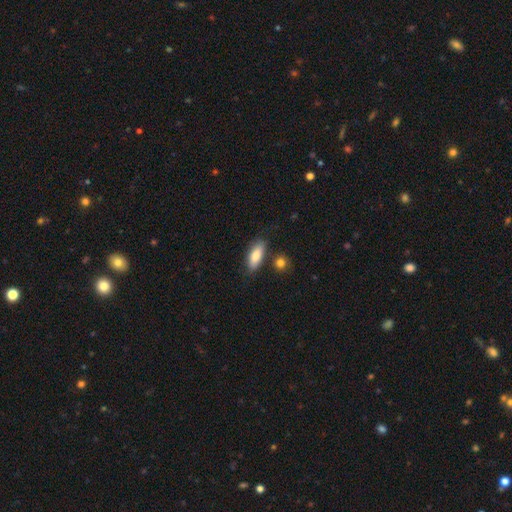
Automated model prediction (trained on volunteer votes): Smooth or featured? smooth (80%)
How rounded? in between (73%)
Merging? none (77%)